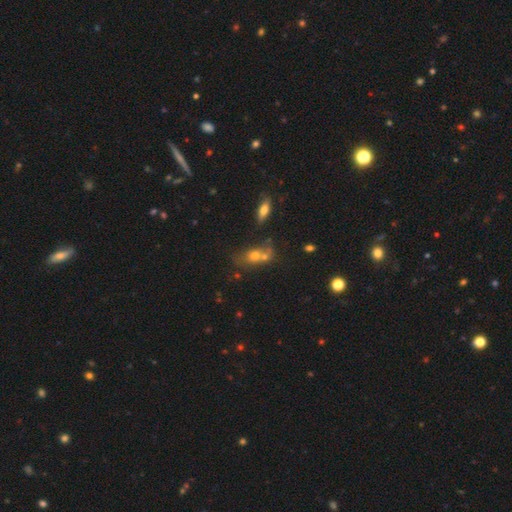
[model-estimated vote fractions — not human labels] smooth_or_featured: smooth (p=0.58) [alt: featured or disk p=0.21]
how_rounded: in between (p=0.55) [alt: round p=0.38]
merging: merger (p=0.46) [alt: none p=0.36]